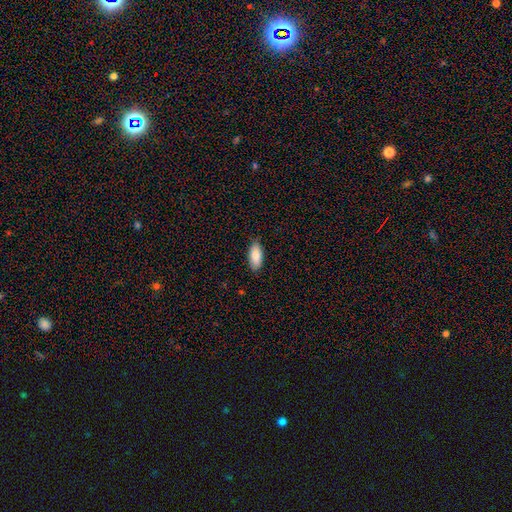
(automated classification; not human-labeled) This is clearly a smooth galaxy (86%). How rounded: clearly in between (88%). Merging: clearly none (87%).